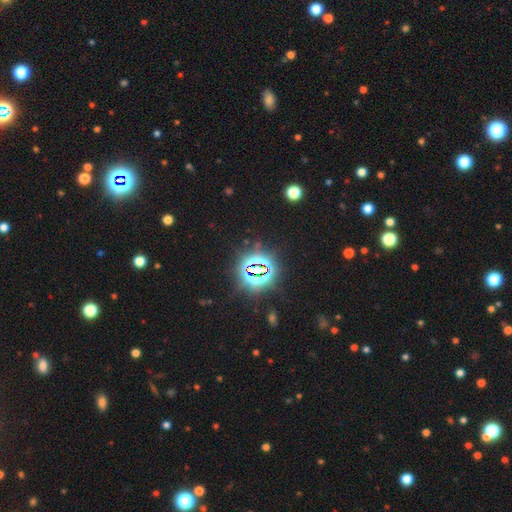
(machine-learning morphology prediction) A star or artifact, not a galaxy (83%).